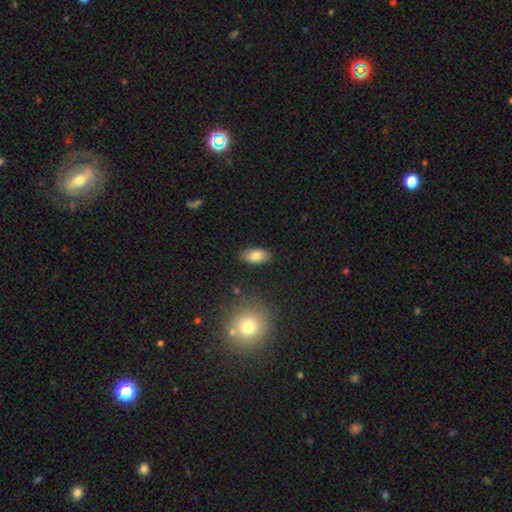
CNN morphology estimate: Smooth or featured? smooth (81%)
How rounded? in between (92%)
Merging? none (86%)